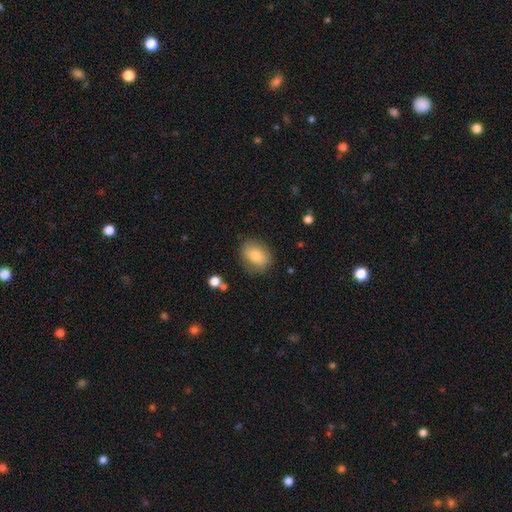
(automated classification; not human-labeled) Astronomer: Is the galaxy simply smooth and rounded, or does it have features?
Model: smooth — 79%.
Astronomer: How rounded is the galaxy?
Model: in between — 60% (runner-up: round, 39%).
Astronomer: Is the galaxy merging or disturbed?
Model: none — 81%.